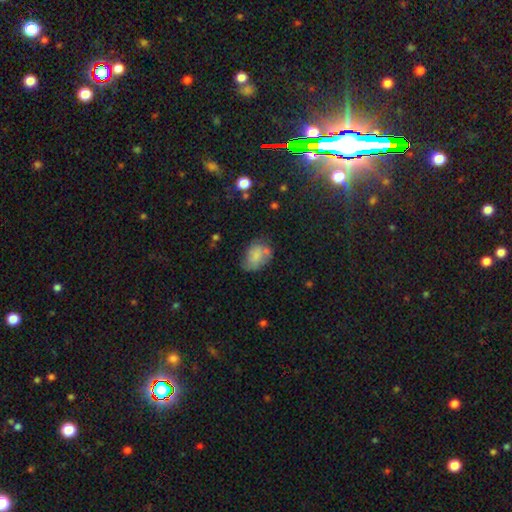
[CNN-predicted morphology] A smooth galaxy with no disk features (64%) that is in between round and cigar-shaped (74%). Merging: none (49%).